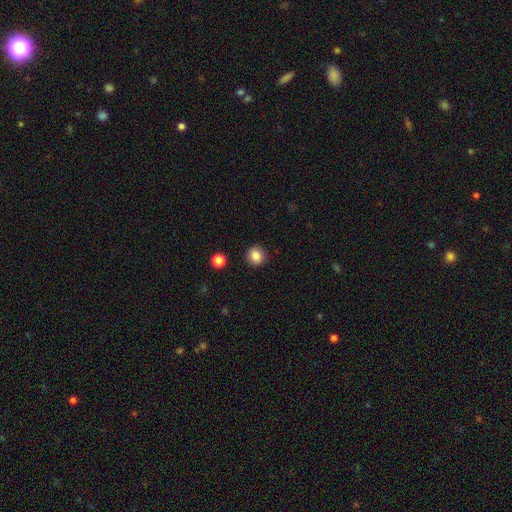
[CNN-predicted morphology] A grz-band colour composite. It shows a smooth galaxy with no disk features (85%) that is round (88%). Merging: none (91%).